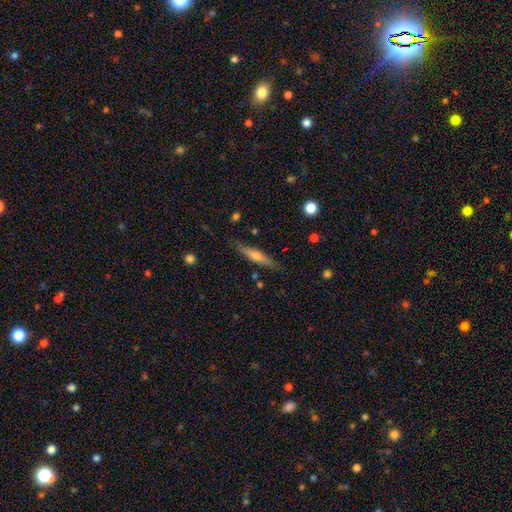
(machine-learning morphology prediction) A featured or disk galaxy (58%) viewed edge-on (93%) with a rounded central bulge (82%).

Vote fractions:
- Smooth or featured? featured or disk: 58% / smooth: 35% / star or artifact: 7%
- Edge-on disk? yes: 93% / no: 7%
- Edge-on bulge? rounded: 82% / none: 12% / boxy: 6%
- Merging? none: 85% / minor disturbance: 11% / major disturbance: 2% / merger: 2%